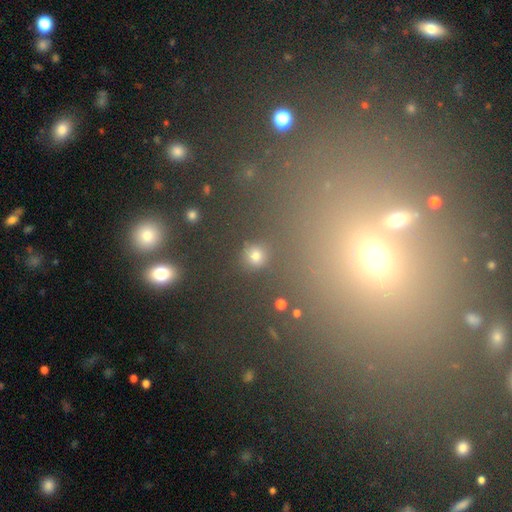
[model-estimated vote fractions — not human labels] smooth 72%, star or artifact 22%, featured or disk 6%. Down the decision tree: how rounded — round (91%); merging — none (86%).